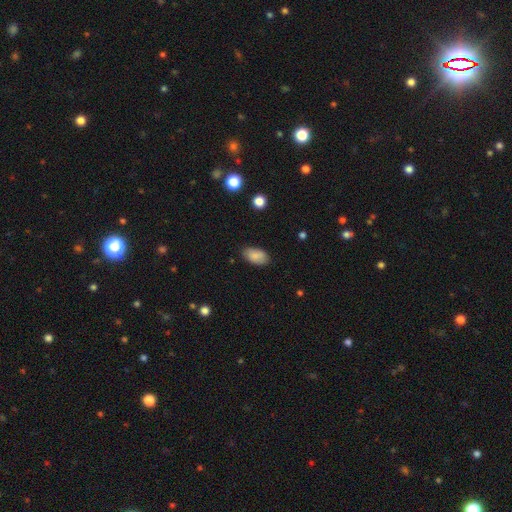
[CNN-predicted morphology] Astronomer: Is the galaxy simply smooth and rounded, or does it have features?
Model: smooth — 86%.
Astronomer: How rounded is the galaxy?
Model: in between — 94%.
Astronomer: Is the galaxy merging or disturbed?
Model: none — 84%.